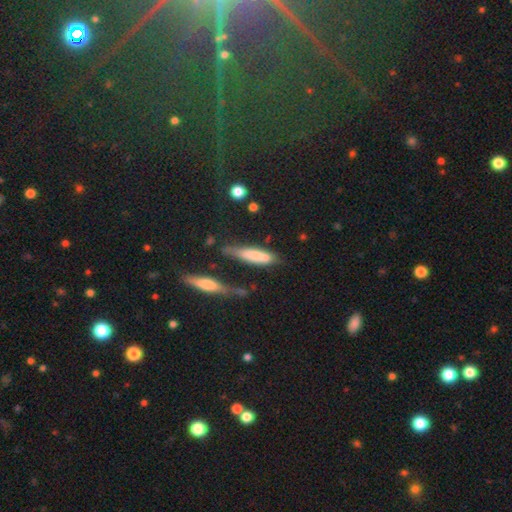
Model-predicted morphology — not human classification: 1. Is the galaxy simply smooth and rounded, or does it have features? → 72% smooth, 20% featured or disk, 8% star or artifact.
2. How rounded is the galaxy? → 69% cigar-shaped, 29% in between, 2% round.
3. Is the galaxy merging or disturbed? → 48% none, 26% minor disturbance, 15% merger, 12% major disturbance.